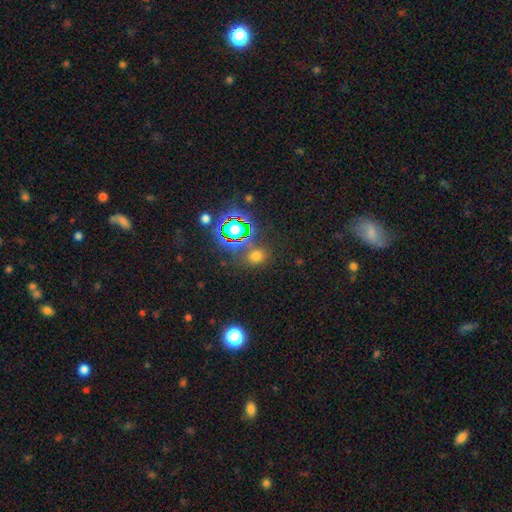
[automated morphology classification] The model was most divided on "smooth or featured": smooth: 59%, star or artifact: 34%, featured or disk: 6%. More confident: merging — none (75%); how rounded — round (68%).